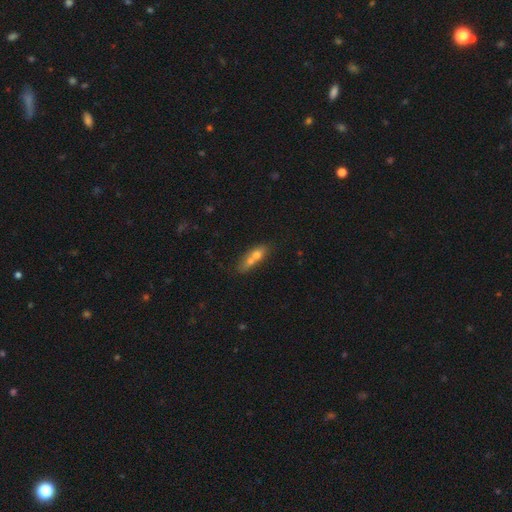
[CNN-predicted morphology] Smooth or featured?
  - smooth: 59% *
  - featured or disk: 30%
  - star or artifact: 11%
How rounded?
  - in between: 54% *
  - cigar-shaped: 27%
  - round: 19%
Merging?
  - merger: 60% *
  - none: 27%
  - minor disturbance: 9%
  - major disturbance: 5%